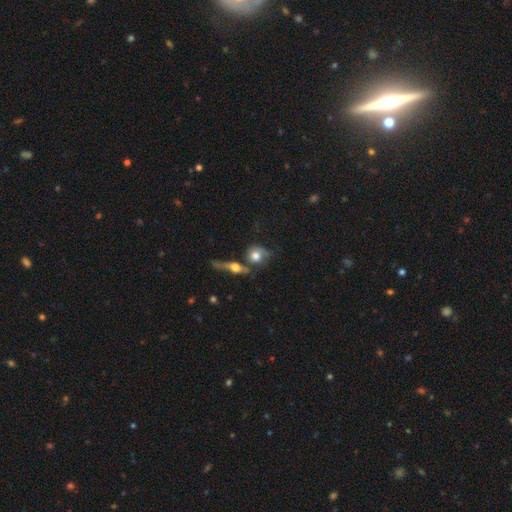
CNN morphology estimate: The model was most divided on "merging": merger: 36%, none: 34%, minor disturbance: 16%, major disturbance: 14%. More confident: how rounded — round (73%); smooth or featured — smooth (61%).